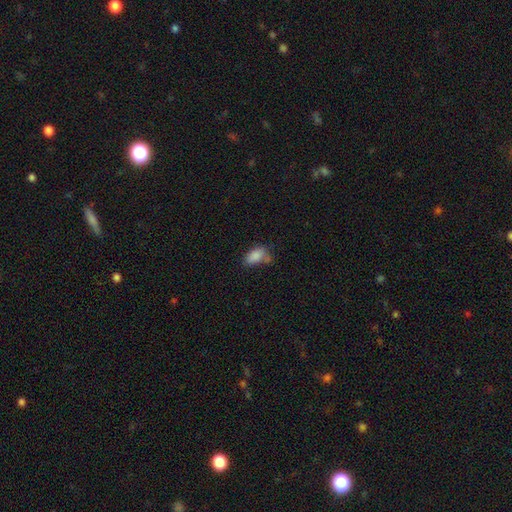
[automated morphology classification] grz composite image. It shows a smooth galaxy with no disk features (84%) that is in between round and cigar-shaped (91%). Merging: none (50%).